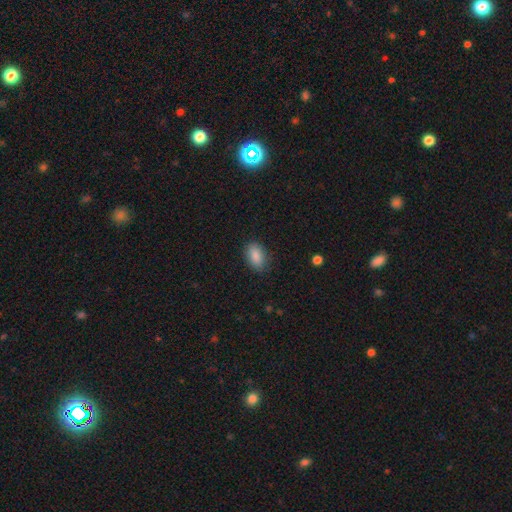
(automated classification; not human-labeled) Morphology: type=smooth (87%); roundness=in between (89%); merging=none (84%).